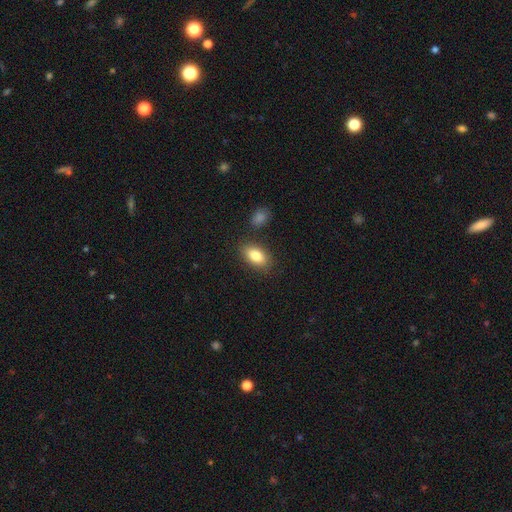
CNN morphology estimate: Smooth or featured? smooth (84%)
How rounded? in between (90%)
Merging? none (83%)